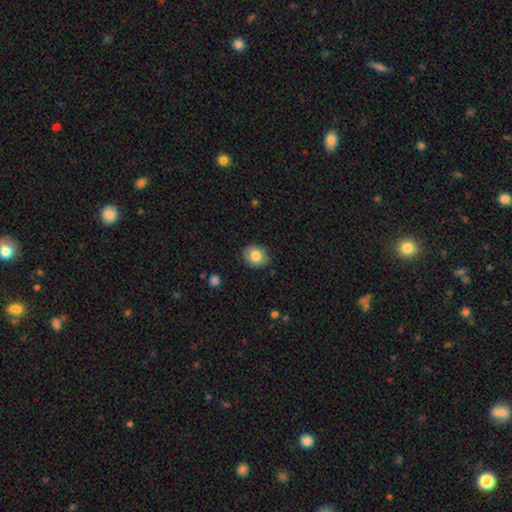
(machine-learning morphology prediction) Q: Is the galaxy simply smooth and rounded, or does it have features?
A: smooth — 80%.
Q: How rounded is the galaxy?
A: round — 62%.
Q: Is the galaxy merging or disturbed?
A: none — 85%.